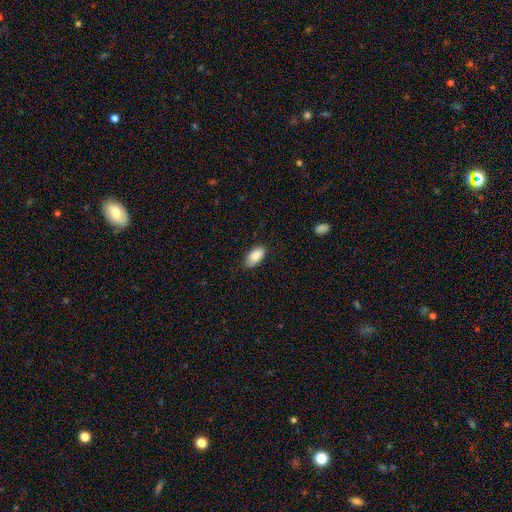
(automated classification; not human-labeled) Morphology: type=smooth (89%); roundness=in between (94%); merging=none (79%).